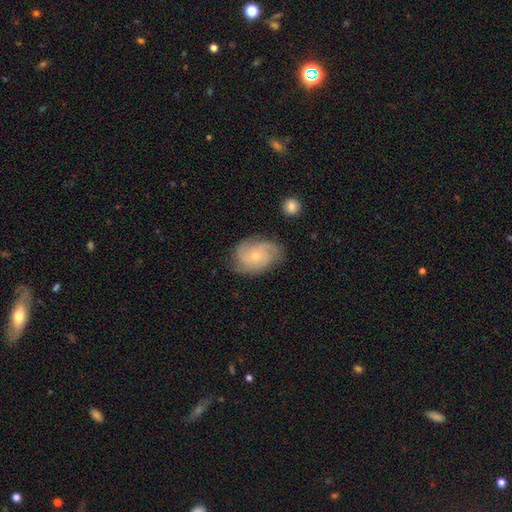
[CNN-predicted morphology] type=featured or disk (75%); edge-on=no (97%); bar=no (77%); spiral arms=yes (95%); winding=medium (44%); arm count=3 (48%); bulge=small (65%); merging=none (73%).